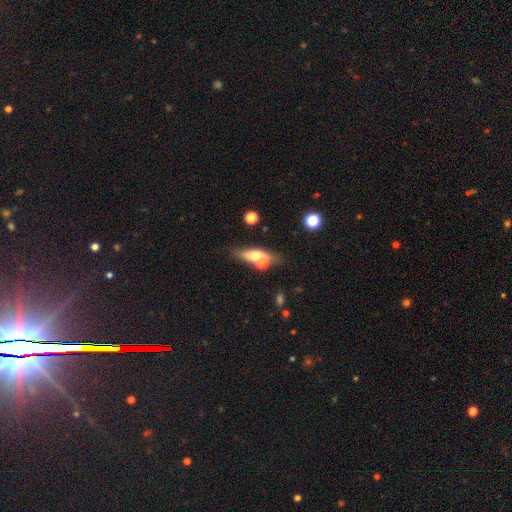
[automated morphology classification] Smooth or featured?
  - smooth: 54% *
  - featured or disk: 37%
  - star or artifact: 9%
How rounded?
  - in between: 57% *
  - cigar-shaped: 34%
  - round: 9%
Merging?
  - none: 55% *
  - merger: 26%
  - minor disturbance: 14%
  - major disturbance: 6%